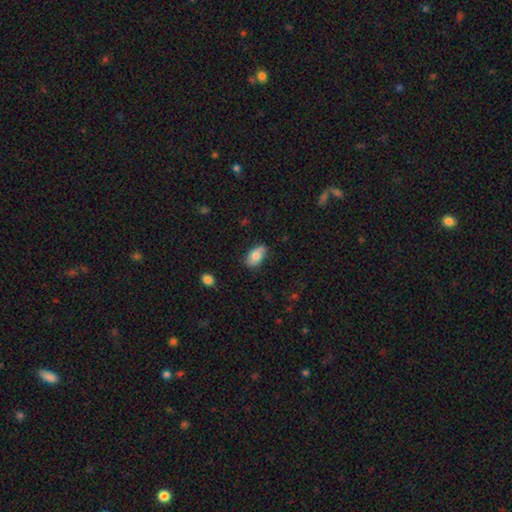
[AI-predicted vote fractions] This appears to be a smooth galaxy with no disk features (75%) that is in between round and cigar-shaped (92%). Merging: none (76%).